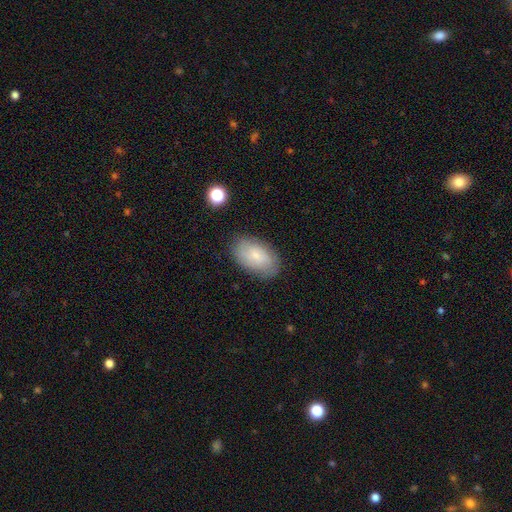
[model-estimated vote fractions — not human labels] smooth-or-featured: smooth: 69% | featured or disk: 23% | star or artifact: 8%
  how-rounded: in between: 92% | round: 6% | cigar-shaped: 2%
  merging: none: 81% | minor disturbance: 14% | major disturbance: 4% | merger: 2%